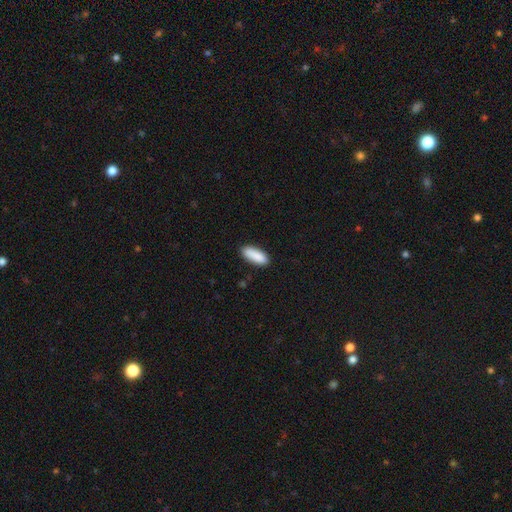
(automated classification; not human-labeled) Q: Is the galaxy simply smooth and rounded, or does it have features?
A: smooth — 90%.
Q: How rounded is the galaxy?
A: in between — 72%.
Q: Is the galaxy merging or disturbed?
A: none — 86%.